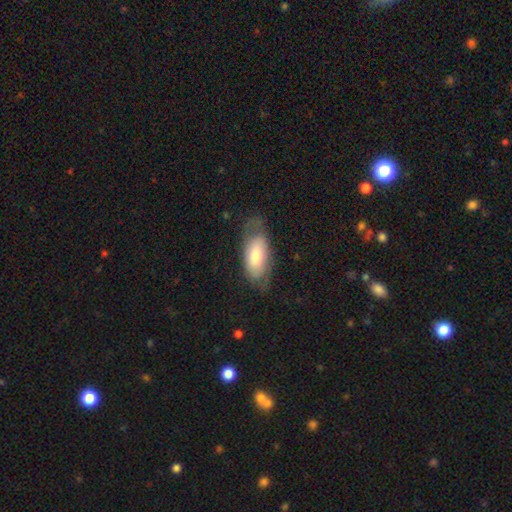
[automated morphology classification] smooth-or-featured: smooth: 59% | featured or disk: 34% | star or artifact: 7%
  how-rounded: in between: 87% | cigar-shaped: 11% | round: 3%
  merging: none: 60% | minor disturbance: 25% | major disturbance: 13% | merger: 1%